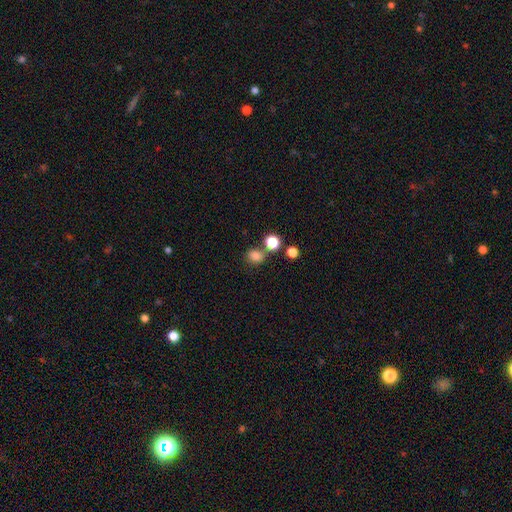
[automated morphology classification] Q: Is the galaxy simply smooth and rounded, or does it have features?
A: smooth — 79%.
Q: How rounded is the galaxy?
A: round — 62%.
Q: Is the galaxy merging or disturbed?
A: none — 64%.